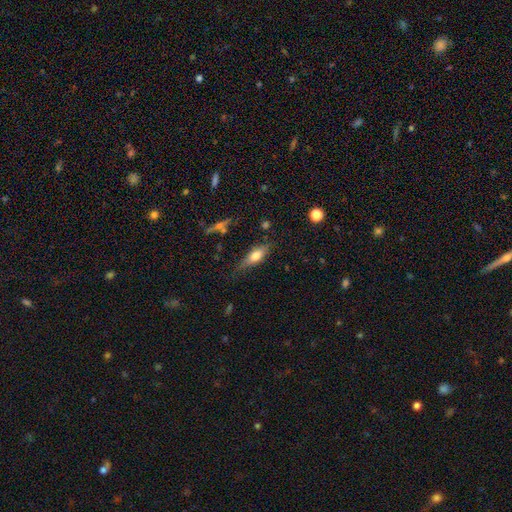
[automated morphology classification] A smooth galaxy with no disk features (62%) that is in between round and cigar-shaped (59%). Merging: none (70%).